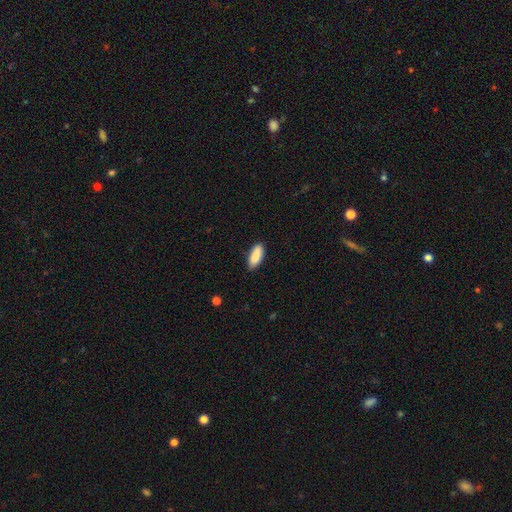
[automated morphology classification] The model was most divided on "how rounded": in between: 79%, cigar-shaped: 20%, round: 2%. More confident: smooth or featured — smooth (89%); merging — none (83%).